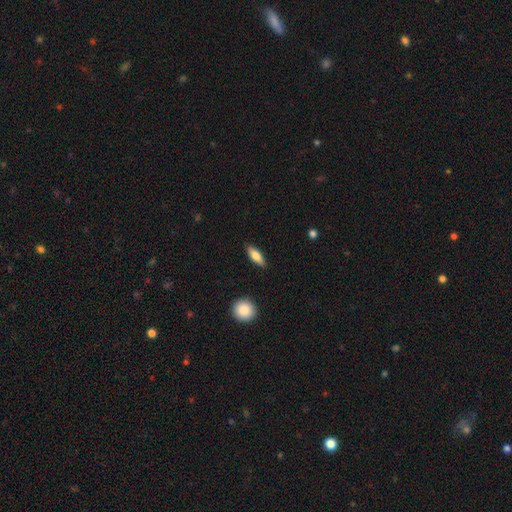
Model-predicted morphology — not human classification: This is likely a smooth galaxy (72%). How rounded: possibly in between (59%). Merging: clearly none (87%).